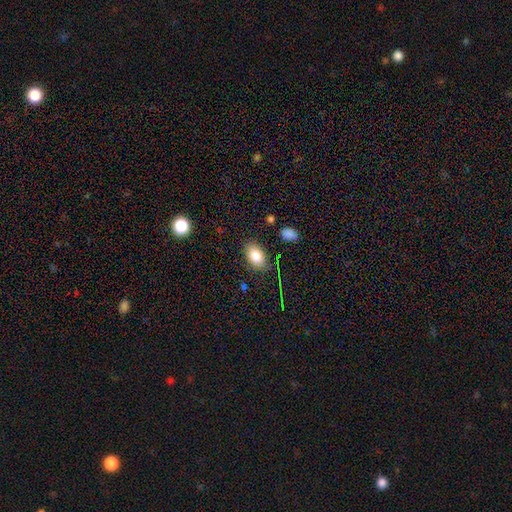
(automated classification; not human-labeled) smooth_or_featured: smooth (p=0.82) [alt: star or artifact p=0.09]
how_rounded: in between (p=0.88) [alt: round p=0.11]
merging: none (p=0.83) [alt: minor disturbance p=0.12]